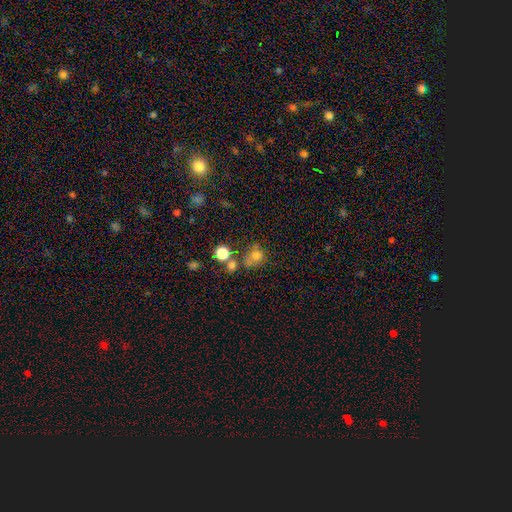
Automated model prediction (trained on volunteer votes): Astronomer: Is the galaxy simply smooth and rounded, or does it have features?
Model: smooth — 69%.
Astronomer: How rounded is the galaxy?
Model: round — 78%.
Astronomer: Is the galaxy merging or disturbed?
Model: none — 50% (runner-up: merger, 27%).